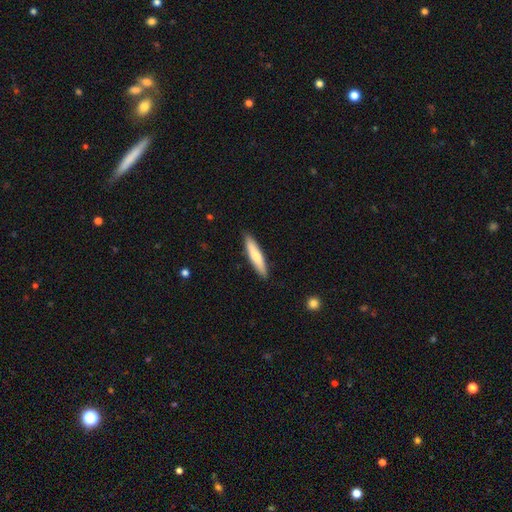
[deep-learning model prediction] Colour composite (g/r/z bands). It shows a smooth galaxy with no disk features (69%) that is cigar-shaped (86%). Merging: none (89%).